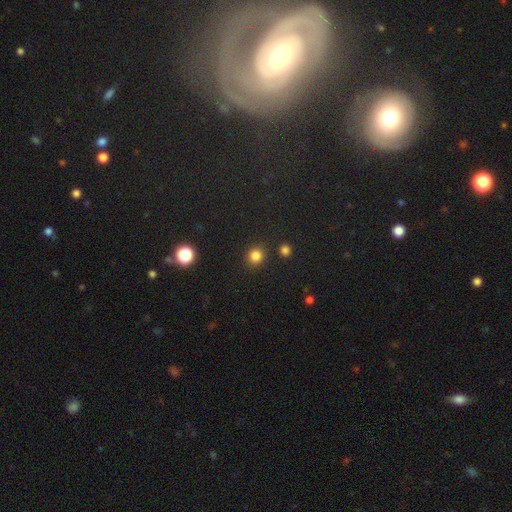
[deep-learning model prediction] The model was most divided on "smooth or featured": smooth: 83%, star or artifact: 13%, featured or disk: 4%. More confident: merging — none (88%); how rounded — round (88%).